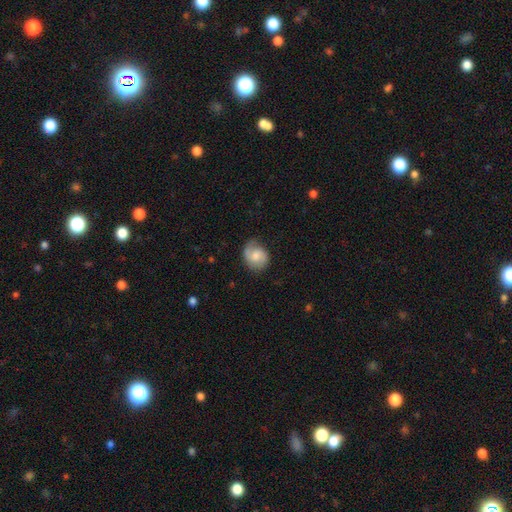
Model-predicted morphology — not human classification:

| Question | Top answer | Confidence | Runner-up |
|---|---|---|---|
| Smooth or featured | featured or disk | 52% | smooth (41%) |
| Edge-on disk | no | 97% | yes (3%) |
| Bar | no | 56% | weak (38%) |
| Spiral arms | yes | 90% | no (10%) |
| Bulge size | moderate | 51% | small (32%) |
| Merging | none | 70% | minor disturbance (22%) |